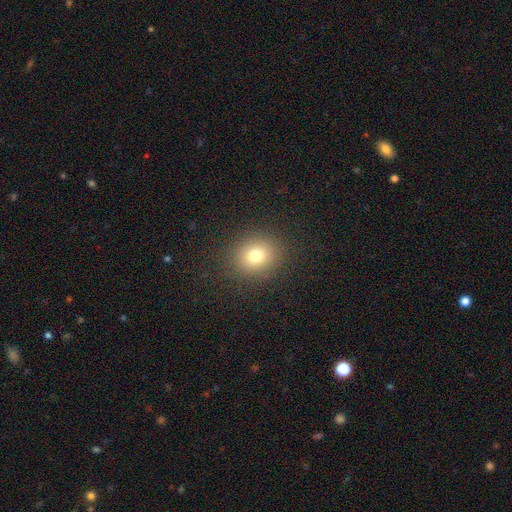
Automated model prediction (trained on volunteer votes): Morphology: type=smooth (77%); roundness=round (71%); merging=none (88%).